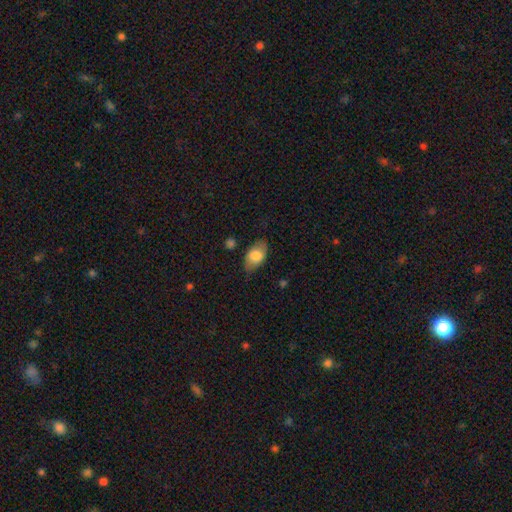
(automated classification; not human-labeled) Morphology: type=smooth (75%); roundness=in between (91%); merging=none (75%).